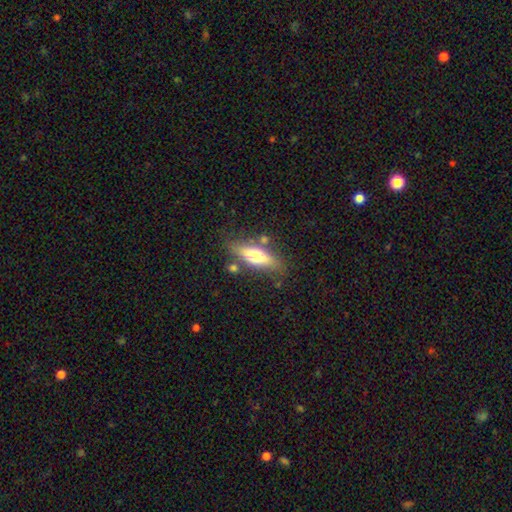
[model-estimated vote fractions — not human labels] smooth 51%, featured or disk 43%, star or artifact 7%. Down the decision tree: how rounded — cigar-shaped (52%); merging — none (73%).